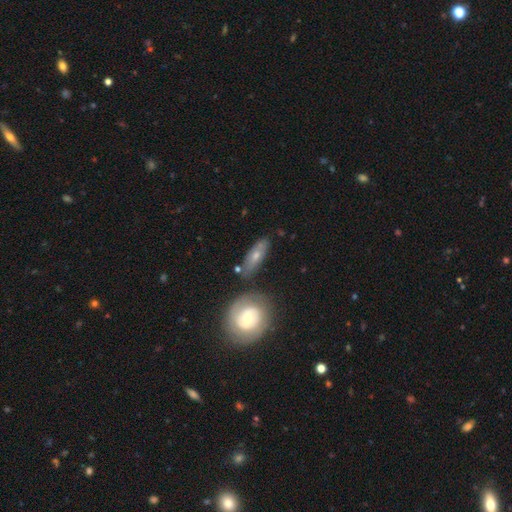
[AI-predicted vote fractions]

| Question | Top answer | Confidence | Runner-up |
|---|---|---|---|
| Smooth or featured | smooth | 51% | featured or disk (42%) |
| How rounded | in between | 63% | cigar-shaped (30%) |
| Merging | none | 69% | minor disturbance (17%) |